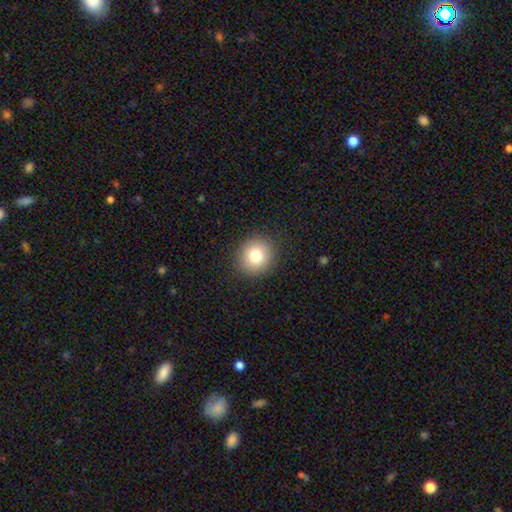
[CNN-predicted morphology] Q: Smooth or featured?
A: smooth (80%); runner-up: star or artifact (11%)
Q: How rounded?
A: round (85%); runner-up: in between (14%)
Q: Merging?
A: none (90%); runner-up: minor disturbance (6%)